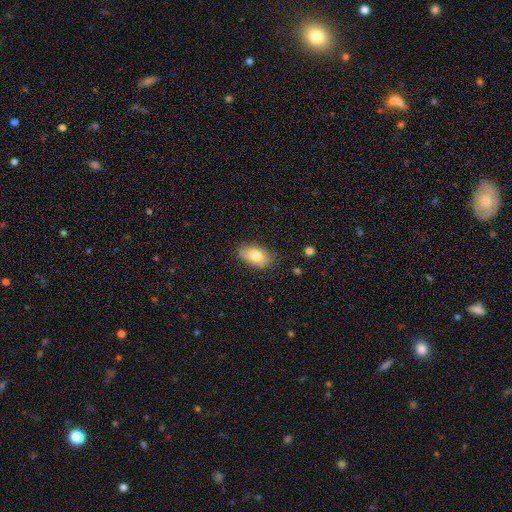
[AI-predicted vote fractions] smooth_or_featured: smooth (p=0.78) [alt: featured or disk p=0.14]
how_rounded: in between (p=0.91) [alt: round p=0.06]
merging: none (p=0.81) [alt: minor disturbance p=0.15]